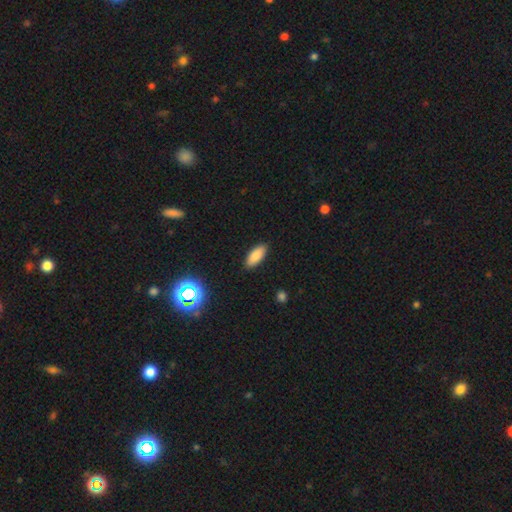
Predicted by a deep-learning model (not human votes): Smooth or featured? Predicted: smooth (p=0.85). How rounded? Predicted: in between (p=0.83). Merging? Predicted: none (p=0.89).